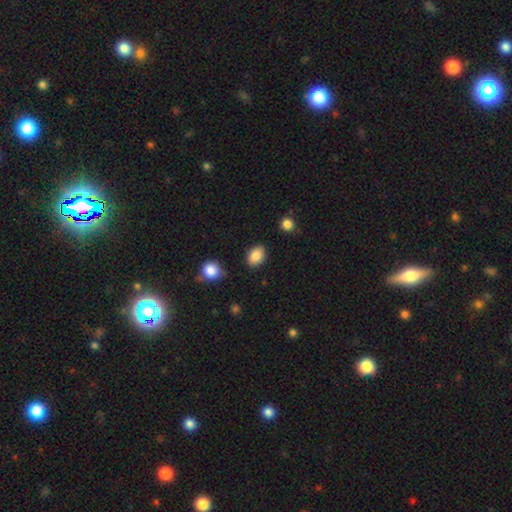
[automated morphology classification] A smooth galaxy with no disk features (87%) that is in between round and cigar-shaped (80%). Merging: none (84%).